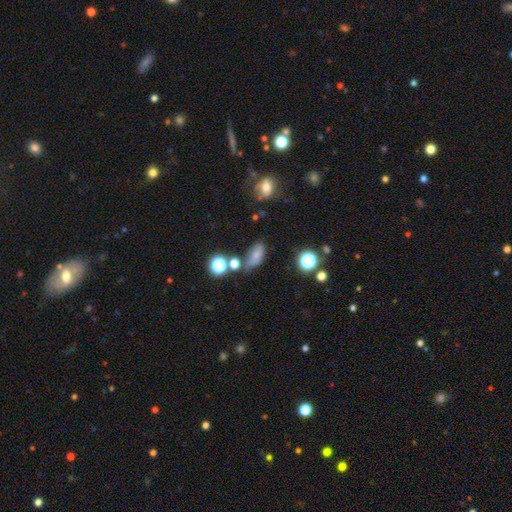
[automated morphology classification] type=smooth (70%); roundness=in between (77%); merging=none (54%).